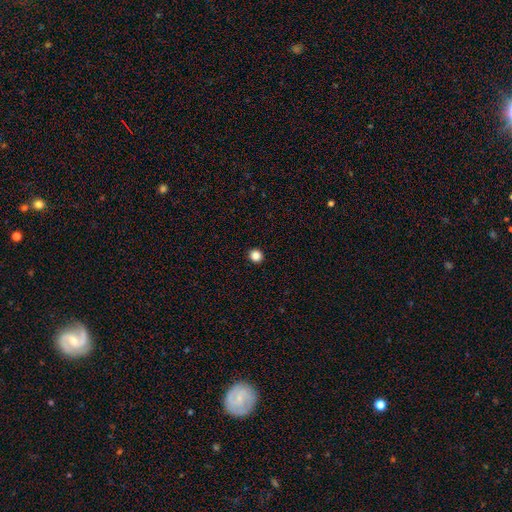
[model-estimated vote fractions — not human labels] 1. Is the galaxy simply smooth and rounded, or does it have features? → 85% smooth, 12% star or artifact, 3% featured or disk.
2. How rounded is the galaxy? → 95% round, 4% in between, 1% cigar-shaped.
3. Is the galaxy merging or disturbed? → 94% none, 4% minor disturbance, 1% major disturbance, 1% merger.